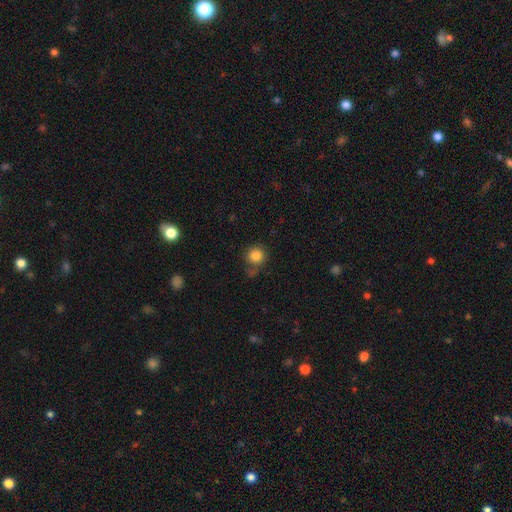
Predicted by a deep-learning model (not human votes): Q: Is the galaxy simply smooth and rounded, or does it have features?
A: smooth — 85%.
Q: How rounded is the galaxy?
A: round — 88%.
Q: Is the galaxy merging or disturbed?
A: none — 67%.